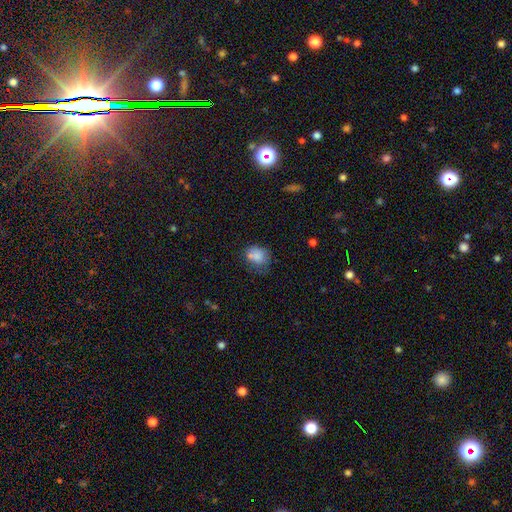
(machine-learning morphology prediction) Smooth or featured: smooth — 80% (star or artifact — 10%)
How rounded: in between — 50% (round — 49%)
Merging: none — 48% (minor disturbance — 30%)